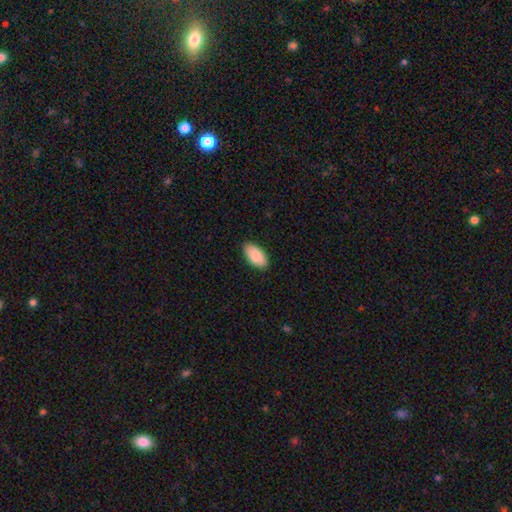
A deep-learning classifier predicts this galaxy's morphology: smooth 90%, star or artifact 6%, featured or disk 4%. Down the decision tree: how rounded — in between (95%); merging — none (89%).